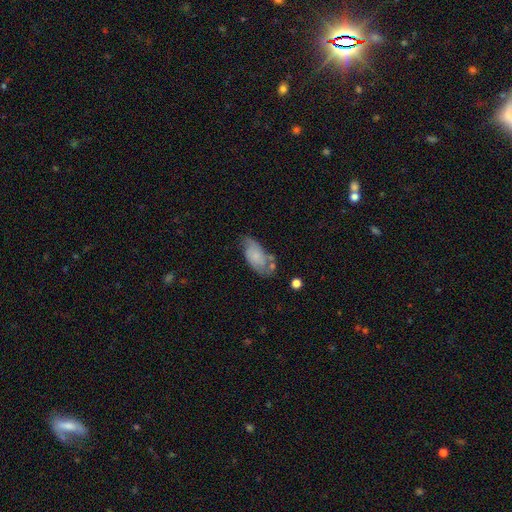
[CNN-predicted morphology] Q: Smooth or featured?
A: smooth (54%); runner-up: featured or disk (39%)
Q: How rounded?
A: in between (91%); runner-up: cigar-shaped (6%)
Q: Merging?
A: none (48%); runner-up: minor disturbance (30%)